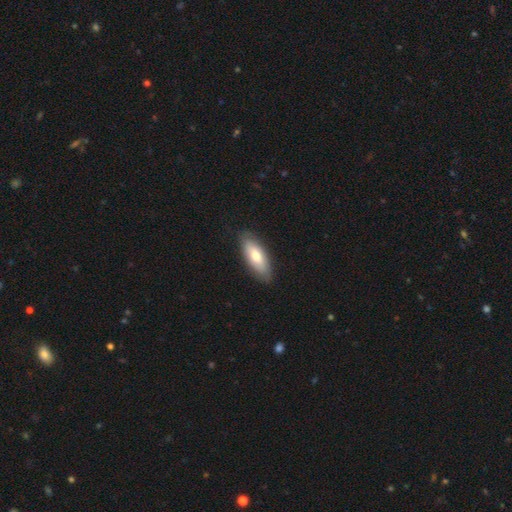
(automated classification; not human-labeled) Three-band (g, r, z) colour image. It shows a smooth galaxy with no disk features (70%) that is in between round and cigar-shaped (79%). Merging: none (86%).